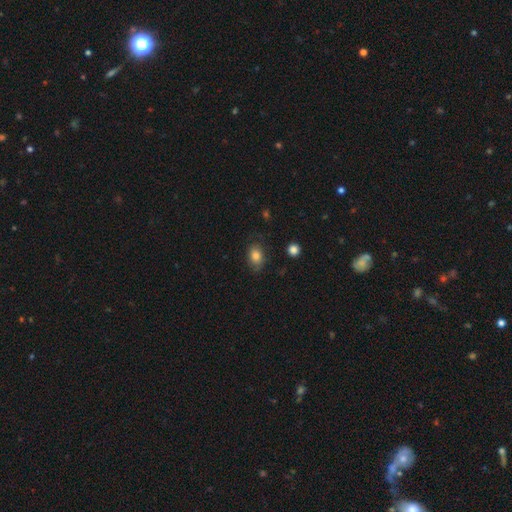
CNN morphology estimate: smooth-or-featured: smooth: 82% | star or artifact: 9% | featured or disk: 9%
  how-rounded: in between: 72% | round: 26% | cigar-shaped: 1%
  merging: none: 74% | minor disturbance: 19% | major disturbance: 5% | merger: 2%